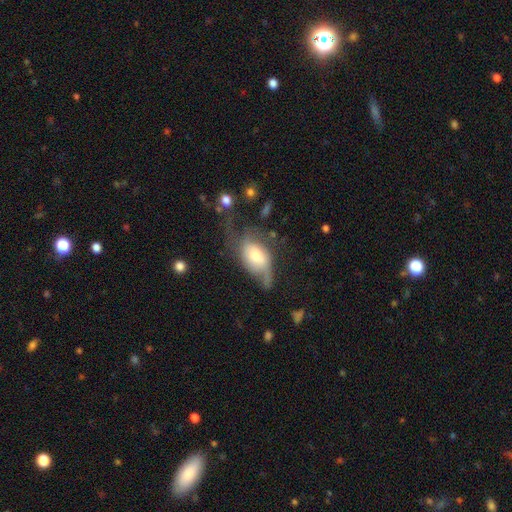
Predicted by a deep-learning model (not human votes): Morphology: type=featured or disk (50%); edge-on=no (91%); merging=major disturbance (42%).